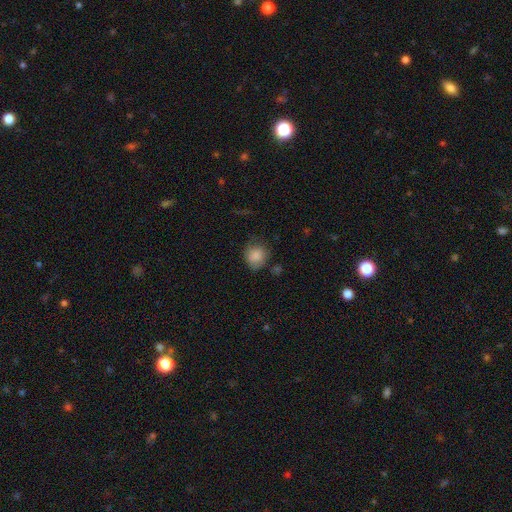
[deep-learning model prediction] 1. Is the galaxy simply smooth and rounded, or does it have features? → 85% smooth, 8% star or artifact, 6% featured or disk.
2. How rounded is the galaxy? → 80% round, 19% in between, 1% cigar-shaped.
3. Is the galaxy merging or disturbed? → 66% none, 24% minor disturbance, 7% major disturbance, 3% merger.